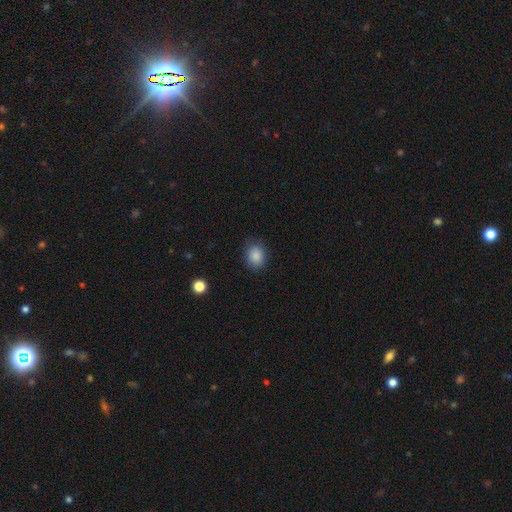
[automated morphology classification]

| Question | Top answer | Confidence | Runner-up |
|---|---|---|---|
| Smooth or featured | smooth | 86% | star or artifact (9%) |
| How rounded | round | 53% | in between (46%) |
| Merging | none | 83% | minor disturbance (12%) |